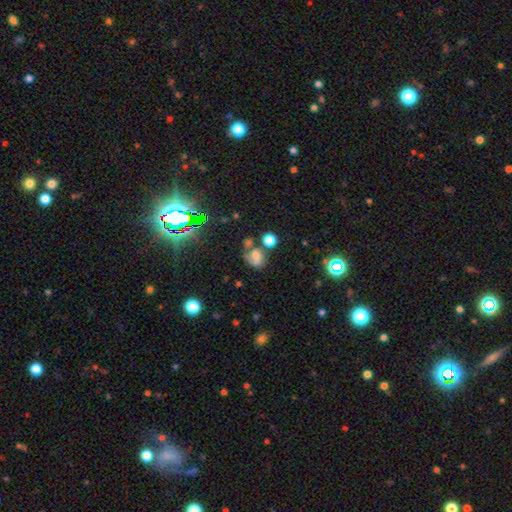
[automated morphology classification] This appears to be a featured or disk galaxy (41%). Merging: none (40%).